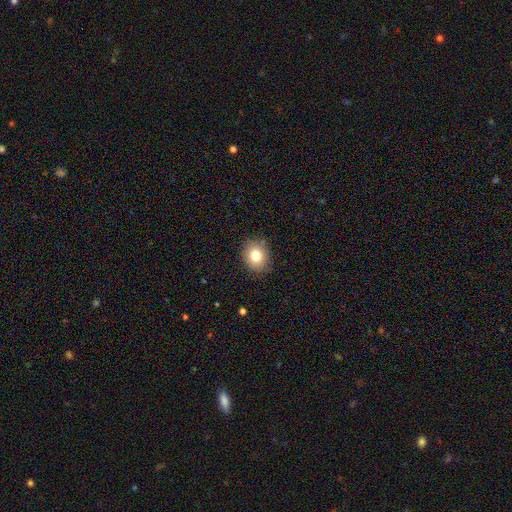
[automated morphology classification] A smooth galaxy with no disk features (80%) that is round (64%).

Vote fractions:
- Smooth or featured? smooth: 80% / star or artifact: 10% / featured or disk: 10%
- How rounded? round: 64% / in between: 35% / cigar-shaped: 1%
- Merging? none: 86% / minor disturbance: 10% / major disturbance: 2% / merger: 1%